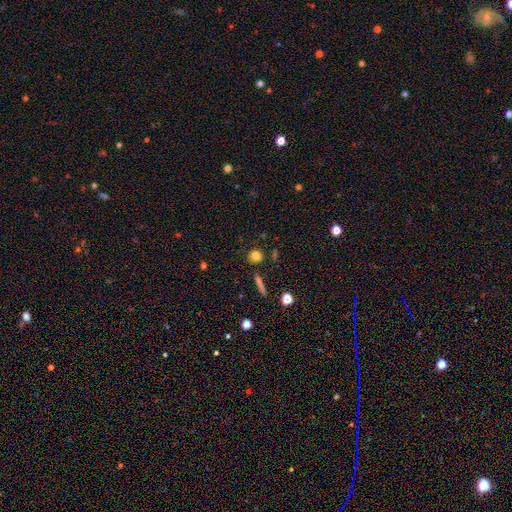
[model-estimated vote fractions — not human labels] This is likely a smooth galaxy (78%). How rounded: clearly round (85%). Merging: clearly none (84%).